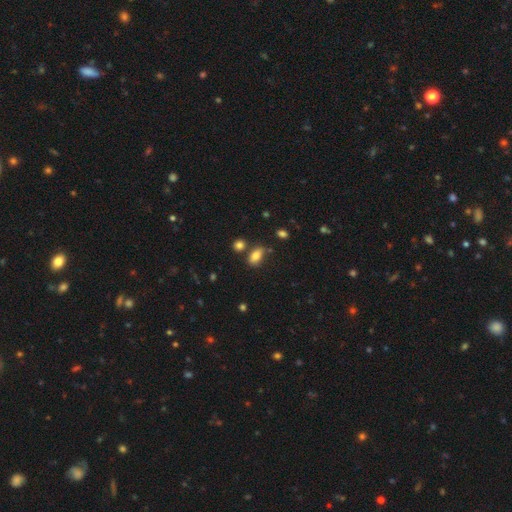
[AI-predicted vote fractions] Morphology: type=smooth (81%); roundness=in between (85%); merging=none (67%).